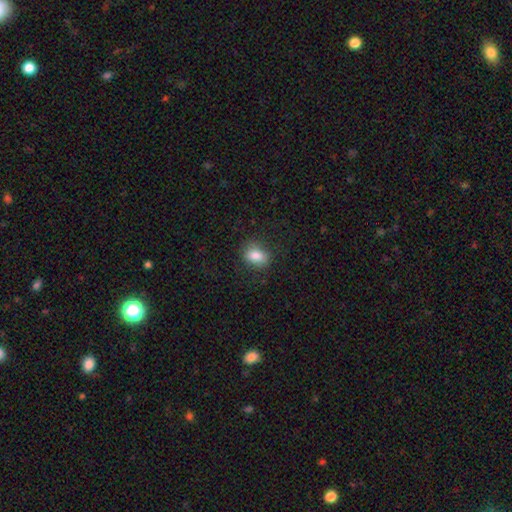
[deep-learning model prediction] Smooth or featured?
  - smooth: 83% *
  - star or artifact: 9%
  - featured or disk: 8%
How rounded?
  - in between: 72% *
  - round: 27%
  - cigar-shaped: 2%
Merging?
  - none: 79% *
  - minor disturbance: 15%
  - major disturbance: 5%
  - merger: 1%